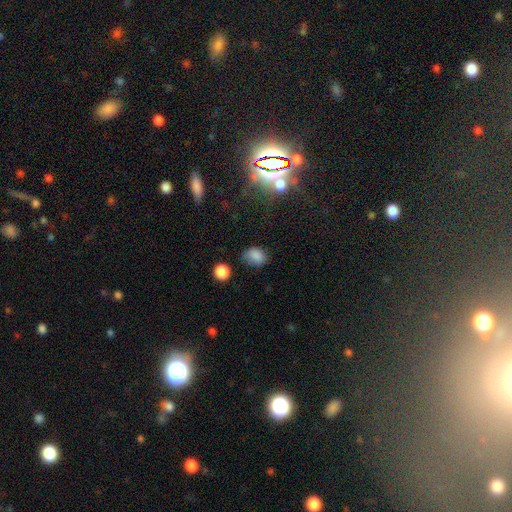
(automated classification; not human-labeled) smooth-or-featured: smooth: 82% | star or artifact: 13% | featured or disk: 5%
  how-rounded: in between: 59% | round: 40% | cigar-shaped: 1%
  merging: none: 70% | minor disturbance: 21% | major disturbance: 6% | merger: 3%